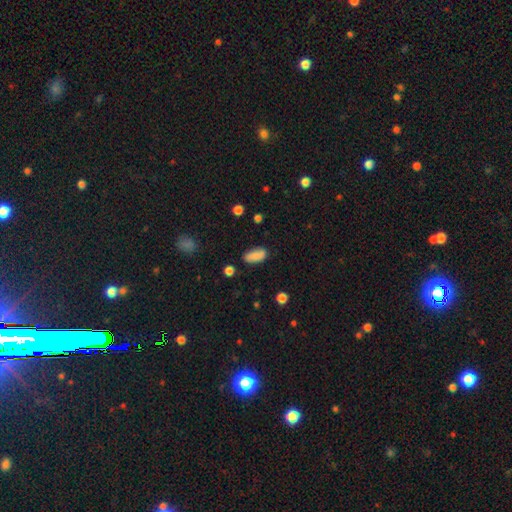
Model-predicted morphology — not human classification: Smooth or featured: smooth — 82% (featured or disk — 10%)
How rounded: in between — 89% (cigar-shaped — 8%)
Merging: none — 74% (minor disturbance — 18%)